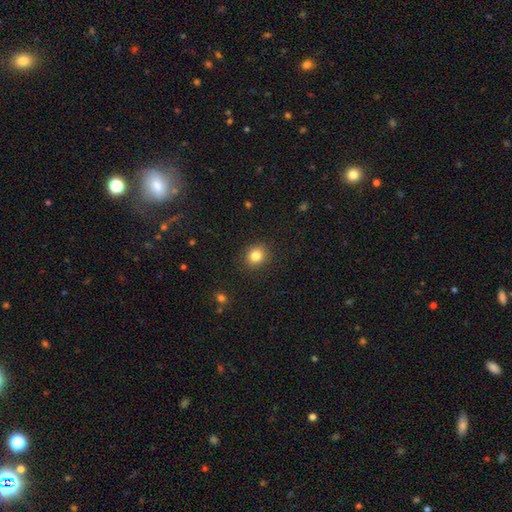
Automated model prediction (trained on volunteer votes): A smooth galaxy with no disk features (83%) that is round (75%).

Vote fractions:
- Smooth or featured? smooth: 83% / star or artifact: 11% / featured or disk: 7%
- How rounded? round: 75% / in between: 24% / cigar-shaped: 1%
- Merging? none: 89% / minor disturbance: 7% / major disturbance: 3% / merger: 1%